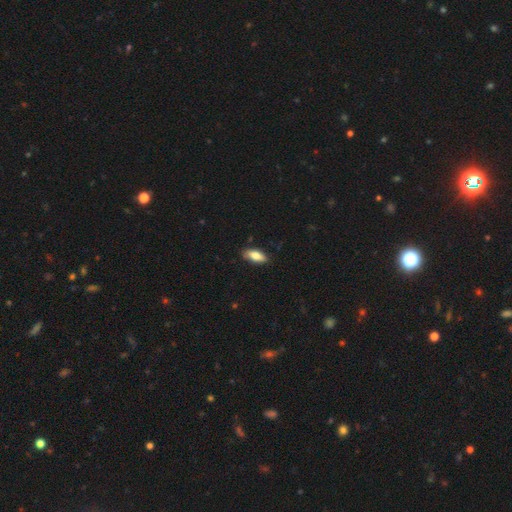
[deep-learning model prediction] smooth-or-featured: smooth: 79% | featured or disk: 15% | star or artifact: 6%
  how-rounded: in between: 78% | cigar-shaped: 20% | round: 2%
  merging: none: 83% | minor disturbance: 13% | major disturbance: 2% | merger: 1%